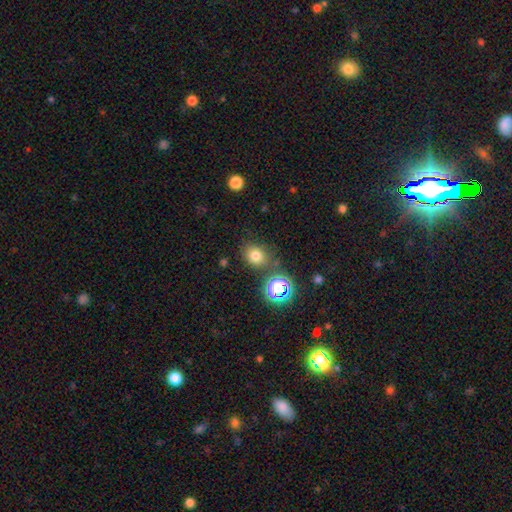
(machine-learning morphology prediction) A smooth galaxy with no disk features (73%) that is round (65%). Merging: none (74%).